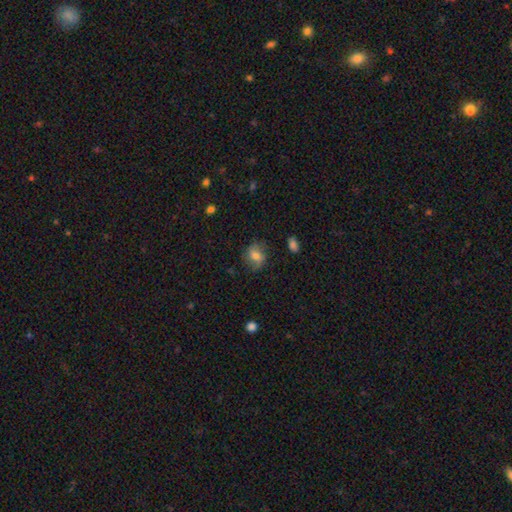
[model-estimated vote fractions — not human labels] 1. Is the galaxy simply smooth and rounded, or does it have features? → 72% smooth, 19% featured or disk, 9% star or artifact.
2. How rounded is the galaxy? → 50% in between, 48% round, 1% cigar-shaped.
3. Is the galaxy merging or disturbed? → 73% none, 19% minor disturbance, 6% major disturbance, 2% merger.